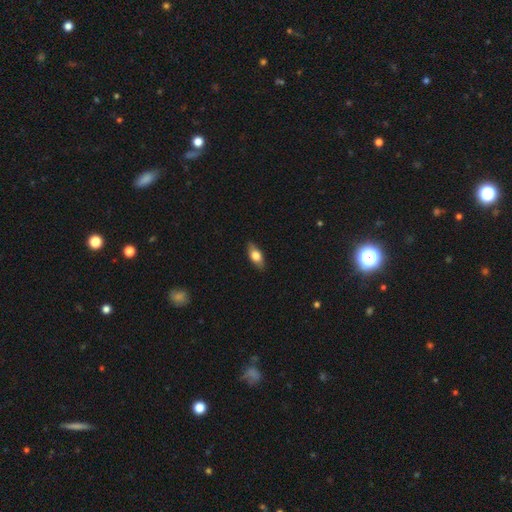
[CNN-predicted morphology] Smooth or featured?
  - smooth: 67% *
  - featured or disk: 26%
  - star or artifact: 7%
How rounded?
  - in between: 81% *
  - cigar-shaped: 14%
  - round: 5%
Merging?
  - none: 86% *
  - minor disturbance: 11%
  - major disturbance: 2%
  - merger: 1%